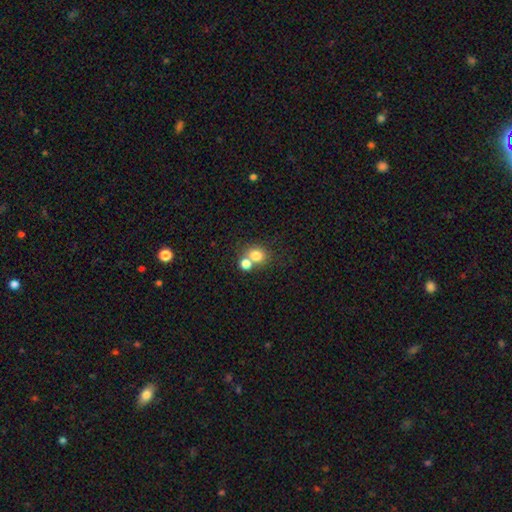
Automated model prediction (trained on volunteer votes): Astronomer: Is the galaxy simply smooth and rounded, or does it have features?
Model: smooth — 78%.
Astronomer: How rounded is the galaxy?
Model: round — 73%.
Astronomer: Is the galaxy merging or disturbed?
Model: none — 47% (runner-up: merger, 43%).